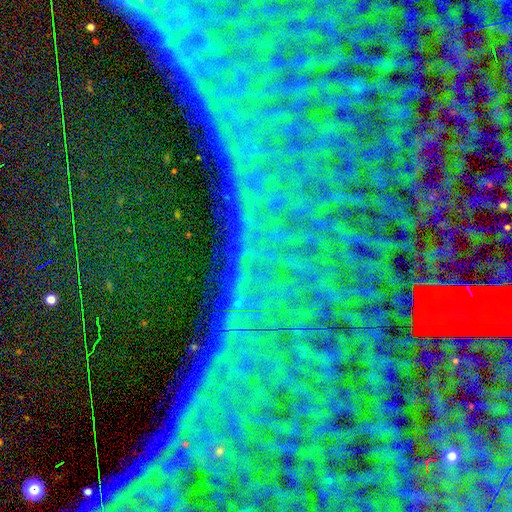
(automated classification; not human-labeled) smooth_or_featured: star or artifact (p=0.84) [alt: featured or disk p=0.09]